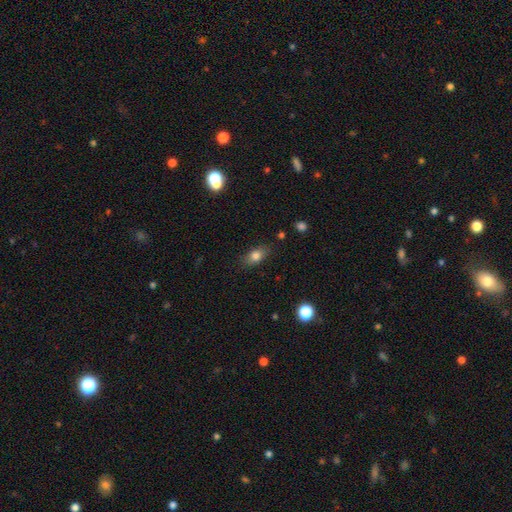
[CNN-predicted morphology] type=smooth (80%); roundness=in between (81%); merging=none (82%).